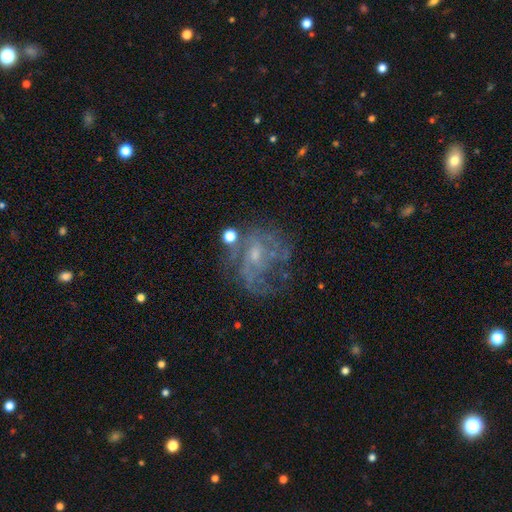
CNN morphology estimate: Smooth or featured? featured or disk (70%)
Edge-on disk? no (98%)
Bar? no (63%)
Spiral arms? yes (63%)
Bulge size? small (61%)
Merging? none (46%)